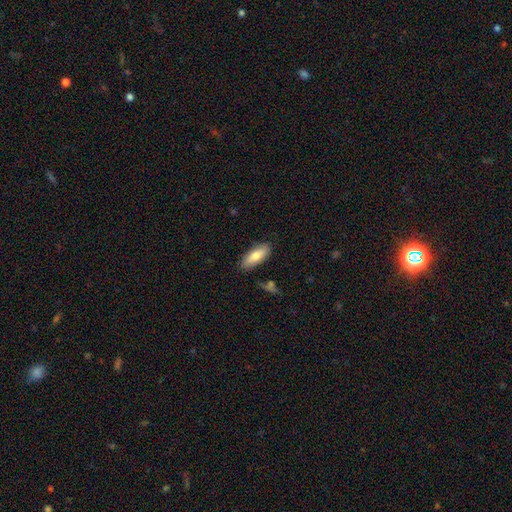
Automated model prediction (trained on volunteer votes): Morphology: type=smooth (75%); roundness=in between (71%); merging=none (82%).